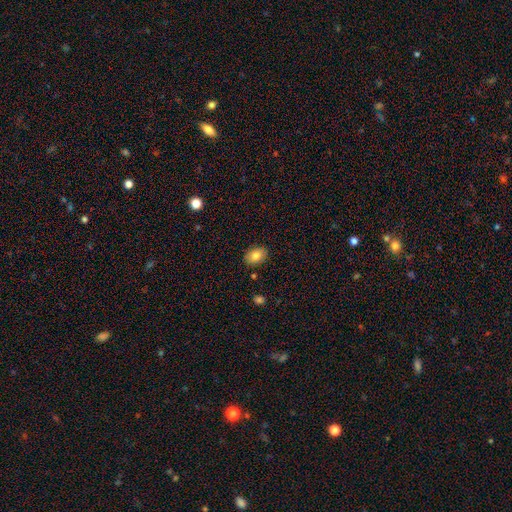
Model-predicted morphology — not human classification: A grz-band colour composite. It shows a smooth galaxy with no disk features (82%) that is in between round and cigar-shaped (78%). Merging: none (88%).